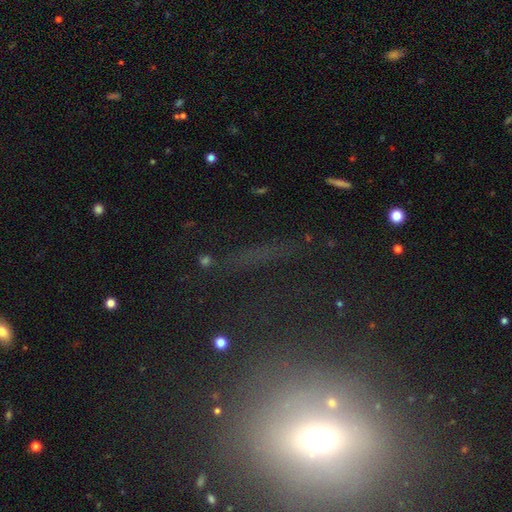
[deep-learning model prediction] Smooth or featured?
  - star or artifact: 46% *
  - smooth: 29%
  - featured or disk: 26%